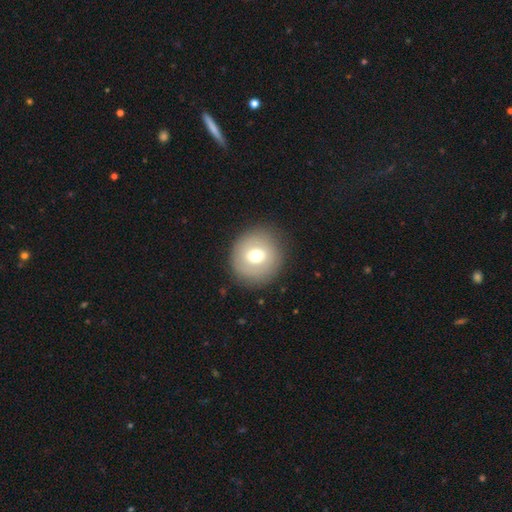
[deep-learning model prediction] The model was most divided on "smooth or featured": smooth: 65%, featured or disk: 26%, star or artifact: 9%. More confident: how rounded — round (89%); merging — none (85%).